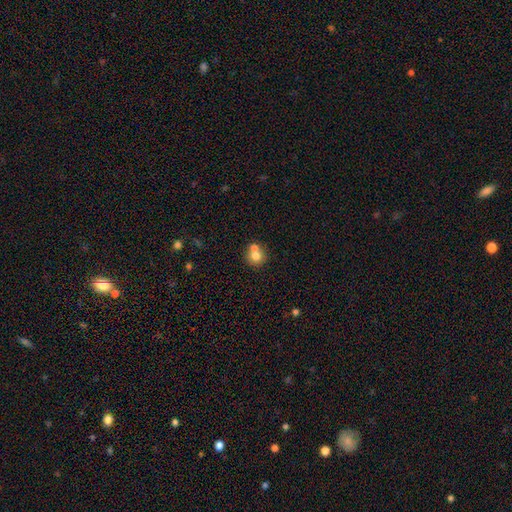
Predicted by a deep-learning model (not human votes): Overall: smooth (74%). How rounded: round (88%). Merging: none (48%; merger 43%).